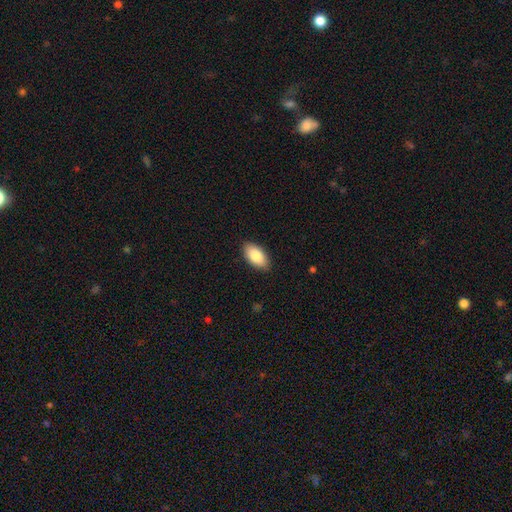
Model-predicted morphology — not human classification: Overall: smooth (85%). How rounded: in between (94%). Merging: none (88%).